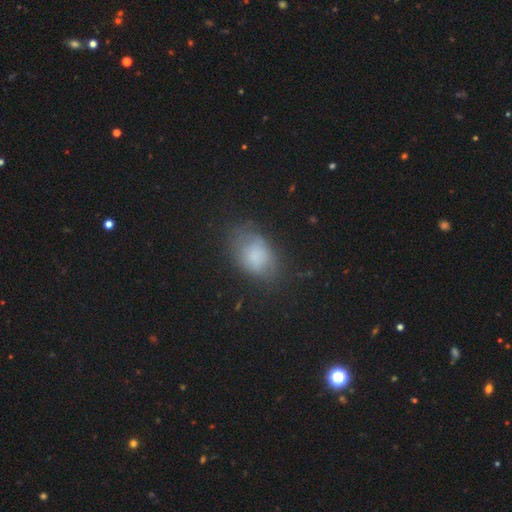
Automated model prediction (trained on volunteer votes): The model was most divided on "merging": none: 58%, minor disturbance: 27%, major disturbance: 13%, merger: 2%. More confident: how rounded — in between (84%); smooth or featured — smooth (70%).